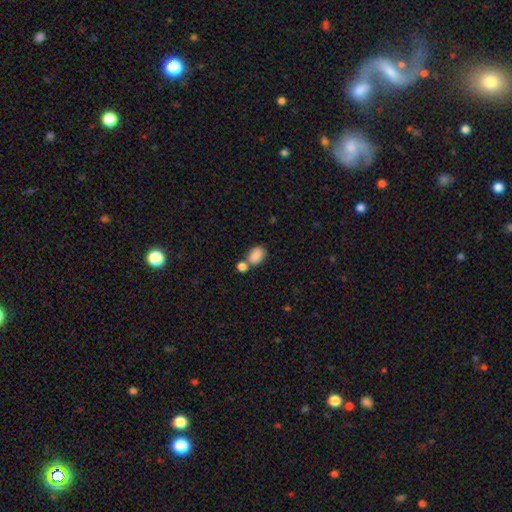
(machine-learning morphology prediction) A smooth galaxy with no disk features (86%) that is in between round and cigar-shaped (80%).

Vote fractions:
- Smooth or featured? smooth: 86% / star or artifact: 8% / featured or disk: 6%
- How rounded? in between: 80% / round: 19% / cigar-shaped: 1%
- Merging? none: 45% / merger: 37% / minor disturbance: 13% / major disturbance: 5%